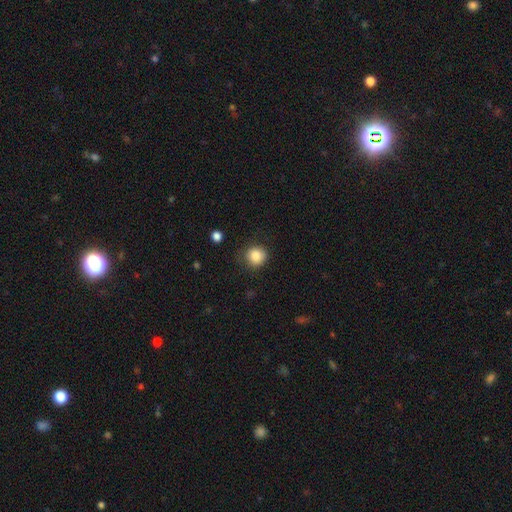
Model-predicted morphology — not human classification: Smooth or featured? Predicted: smooth (p=0.86). How rounded? Predicted: round (p=0.88). Merging? Predicted: none (p=0.78).